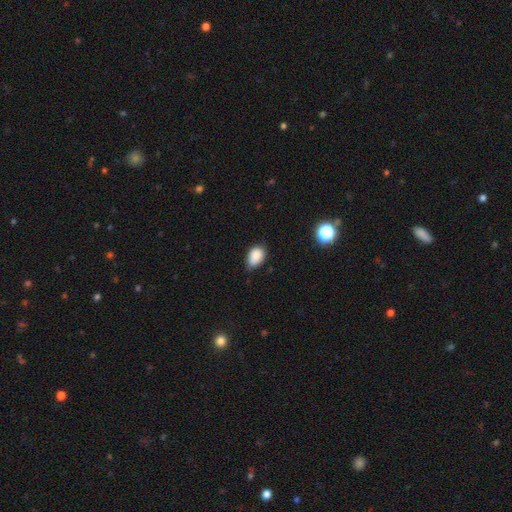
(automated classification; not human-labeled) A smooth galaxy with no disk features (86%) that is in between round and cigar-shaped (78%).

Vote fractions:
- Smooth or featured? smooth: 86% / star or artifact: 9% / featured or disk: 5%
- How rounded? in between: 78% / round: 21% / cigar-shaped: 1%
- Merging? none: 53% / minor disturbance: 39% / major disturbance: 5% / merger: 2%